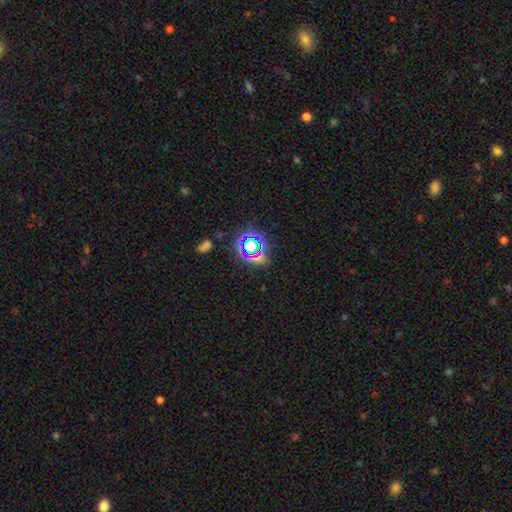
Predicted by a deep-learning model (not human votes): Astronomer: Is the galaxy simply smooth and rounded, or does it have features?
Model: star or artifact — 63%.